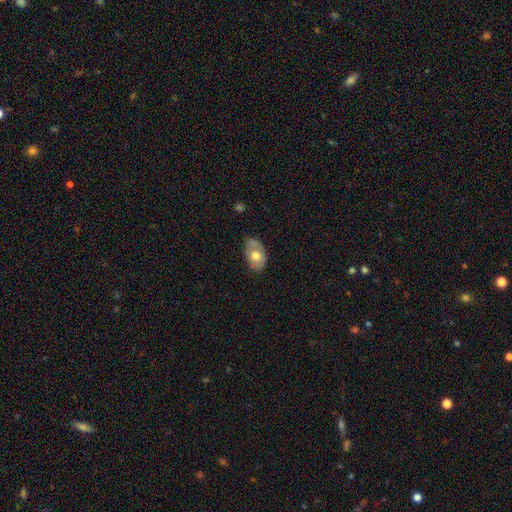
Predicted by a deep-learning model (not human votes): Overall: smooth (58%; featured or disk 36%). How rounded: in between (87%). Merging: none (68%).